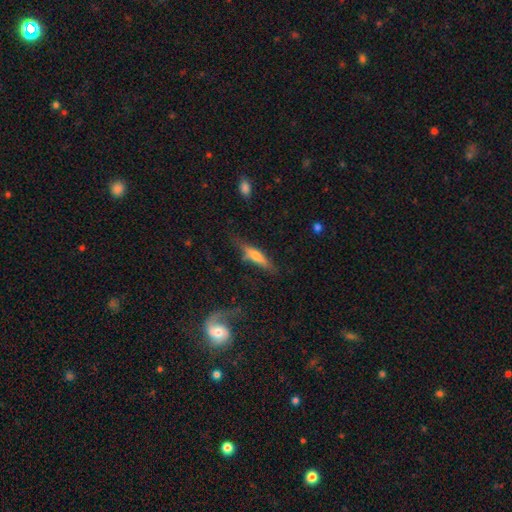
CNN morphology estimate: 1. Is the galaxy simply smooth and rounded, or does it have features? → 48% smooth, 45% featured or disk, 7% star or artifact.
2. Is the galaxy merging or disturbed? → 64% none, 22% minor disturbance, 9% major disturbance, 4% merger.